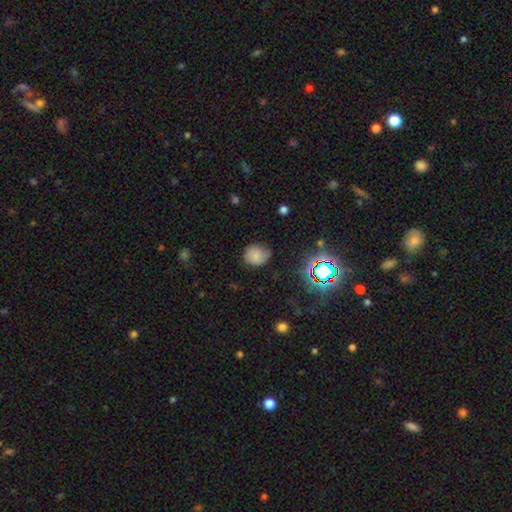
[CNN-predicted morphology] Smooth or featured: smooth — 73% (star or artifact — 15%)
How rounded: round — 66% (in between — 33%)
Merging: none — 64% (minor disturbance — 27%)